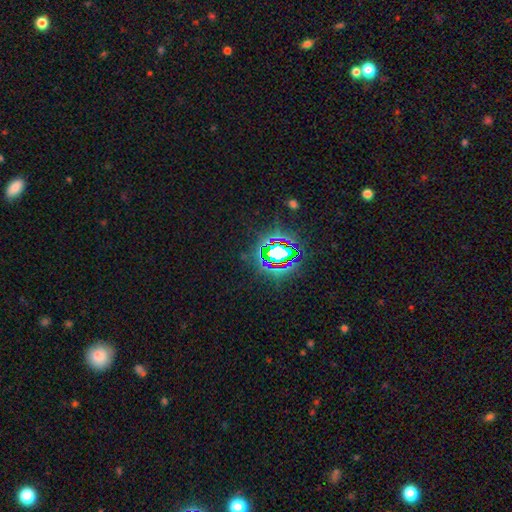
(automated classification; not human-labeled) star or artifact 80%, smooth 12%, featured or disk 8%.